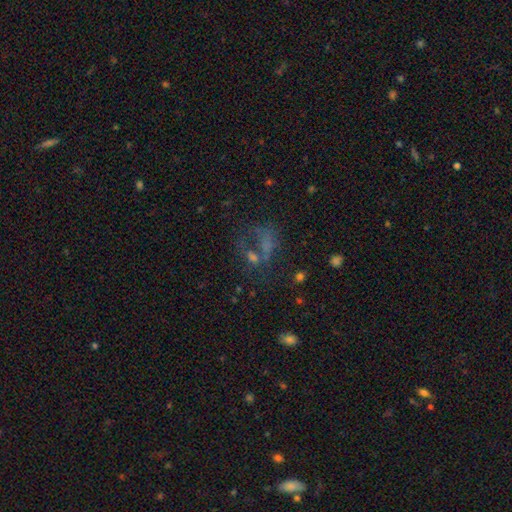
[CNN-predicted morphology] smooth 37%, star or artifact 32%, featured or disk 31%. Down the decision tree: merging — none (31%, tied with major disturbance).